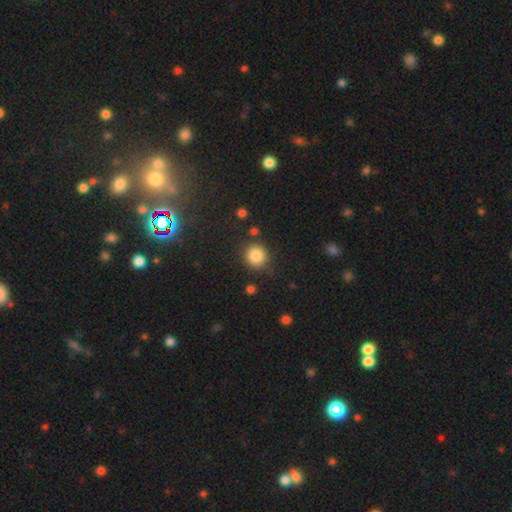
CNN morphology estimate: A smooth galaxy with no disk features (85%) that is round (89%).

Vote fractions:
- Smooth or featured? smooth: 85% / star or artifact: 10% / featured or disk: 4%
- How rounded? round: 89% / in between: 10% / cigar-shaped: 1%
- Merging? none: 83% / minor disturbance: 10% / merger: 4% / major disturbance: 4%